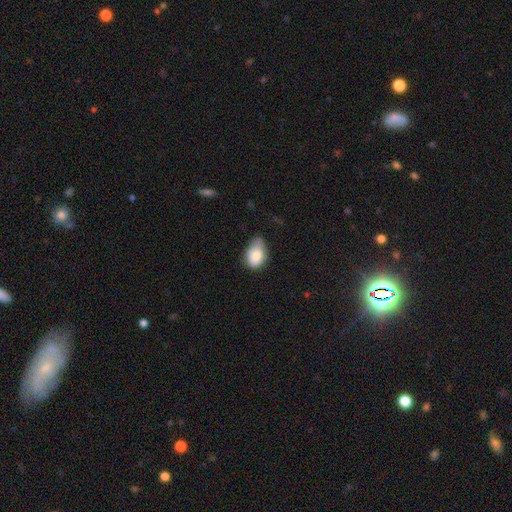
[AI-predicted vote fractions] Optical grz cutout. It shows a smooth galaxy with no disk features (83%) that is in between round and cigar-shaped (88%). Merging: minor disturbance (44%).